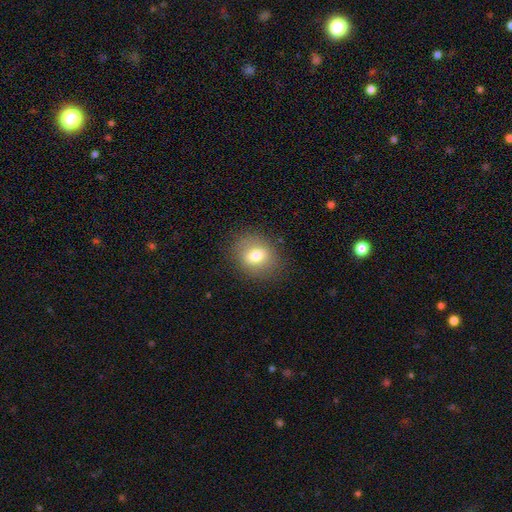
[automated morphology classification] This is likely a smooth galaxy (71%). How rounded: likely round (62%). Merging: clearly none (84%).